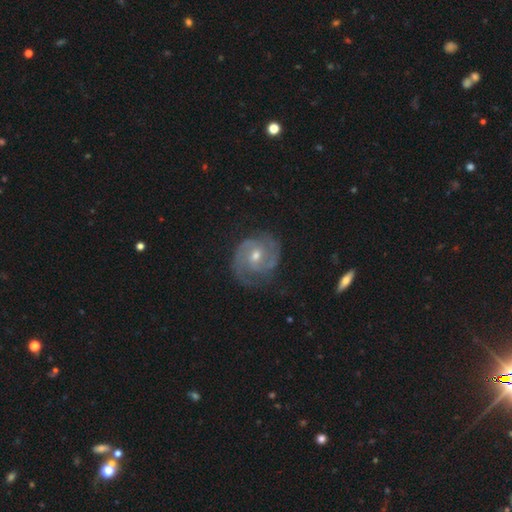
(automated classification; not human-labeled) The model was most divided on "spiral winding": tight: 50%, medium: 41%, loose: 9%. More confident: edge-on disk — no (98%); spiral arms — yes (97%); smooth or featured — featured or disk (88%); merging — none (76%); spiral arm count — 2 (76%); bulge size — moderate (57%); bar — no (50%).